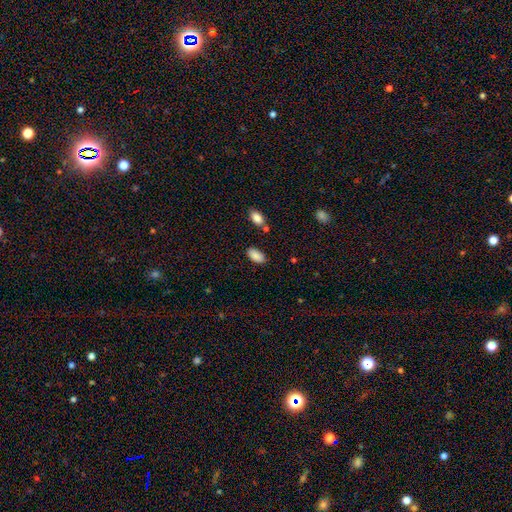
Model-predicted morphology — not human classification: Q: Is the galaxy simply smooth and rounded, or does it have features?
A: smooth — 88%.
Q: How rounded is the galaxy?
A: in between — 94%.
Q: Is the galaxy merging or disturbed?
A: none — 82%.